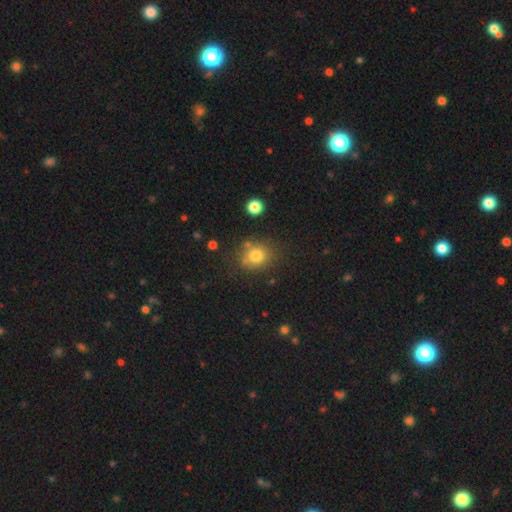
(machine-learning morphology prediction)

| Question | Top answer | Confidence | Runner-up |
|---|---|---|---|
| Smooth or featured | smooth | 78% | star or artifact (13%) |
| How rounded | round | 67% | in between (32%) |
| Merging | none | 72% | minor disturbance (15%) |